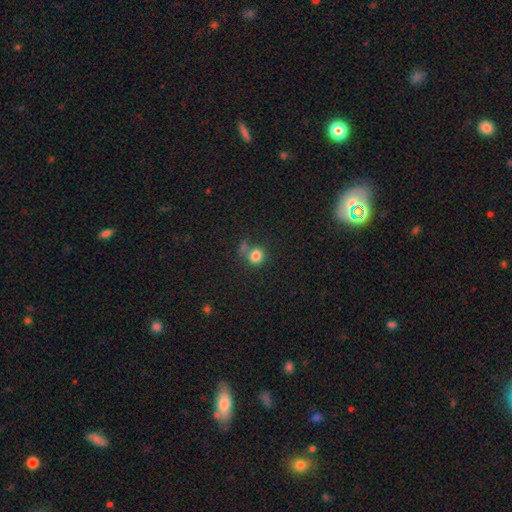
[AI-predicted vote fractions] This is clearly a smooth galaxy (82%). How rounded: clearly round (83%). Merging: possibly none (60%).